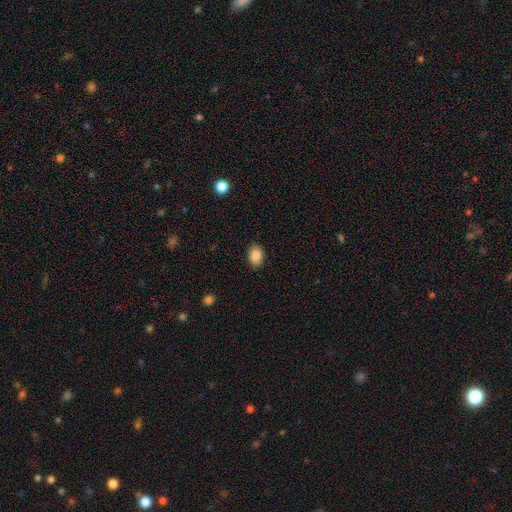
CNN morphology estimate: This is clearly a smooth galaxy (88%). How rounded: likely in between (79%). Merging: clearly none (87%).